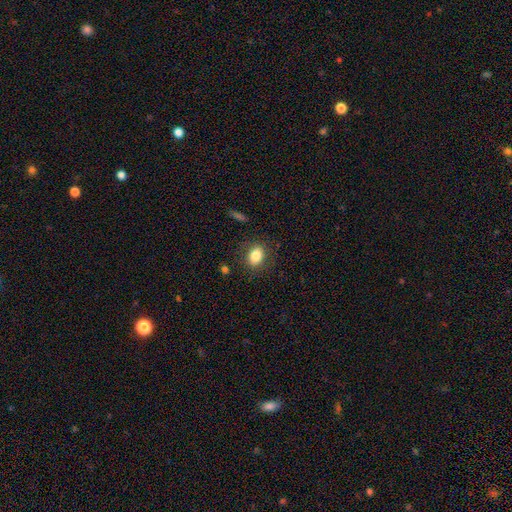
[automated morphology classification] smooth_or_featured: smooth (p=0.83) [alt: star or artifact p=0.09]
how_rounded: in between (p=0.64) [alt: round p=0.35]
merging: none (p=0.83) [alt: minor disturbance p=0.11]